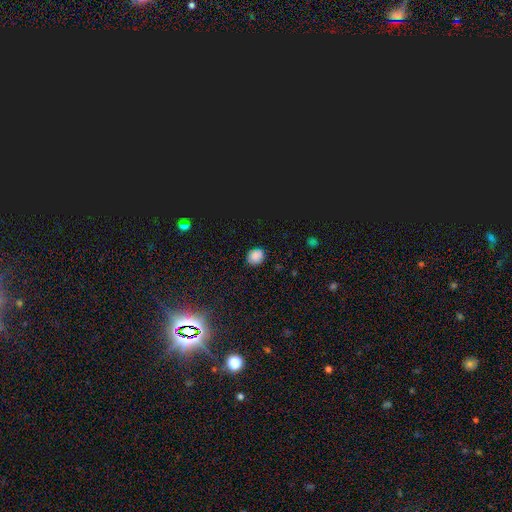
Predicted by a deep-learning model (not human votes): Overall: smooth (79%). How rounded: round (77%). Merging: none (85%).